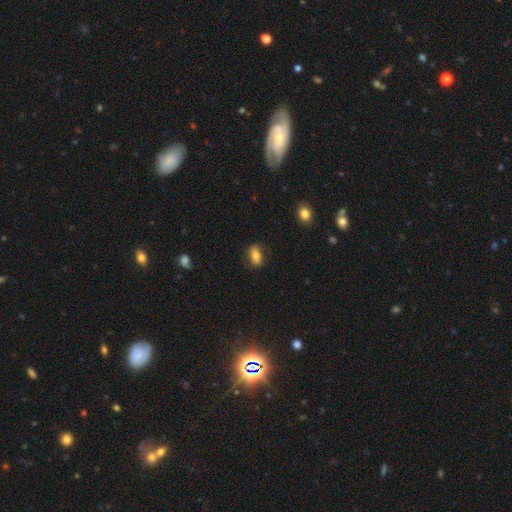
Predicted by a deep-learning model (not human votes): Q: Smooth or featured?
A: smooth (76%); runner-up: featured or disk (15%)
Q: How rounded?
A: in between (81%); runner-up: round (10%)
Q: Merging?
A: none (77%); runner-up: minor disturbance (17%)